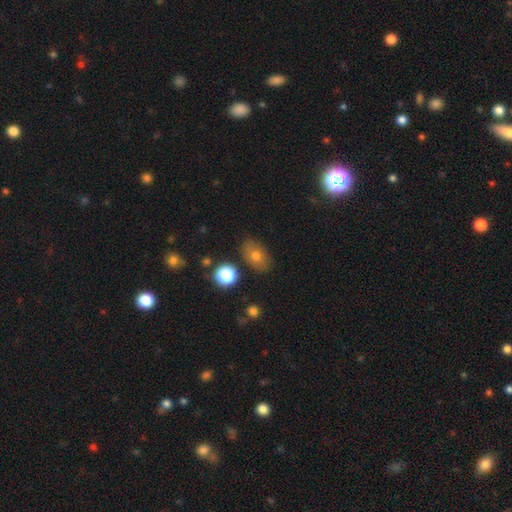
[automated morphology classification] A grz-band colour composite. It shows a smooth galaxy with no disk features (71%) that is in between round and cigar-shaped (82%). Merging: none (82%).